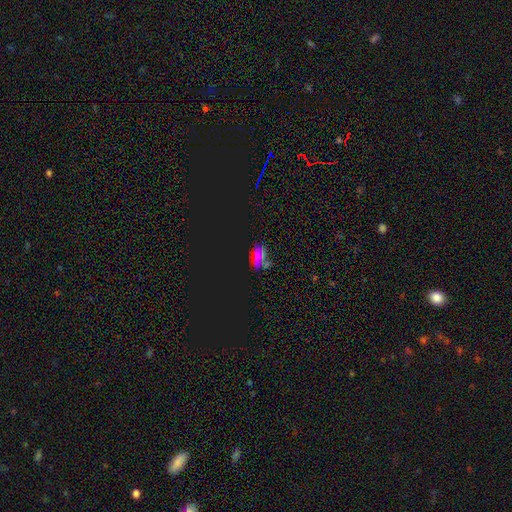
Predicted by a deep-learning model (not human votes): Smooth or featured? Predicted: star or artifact (p=0.67).